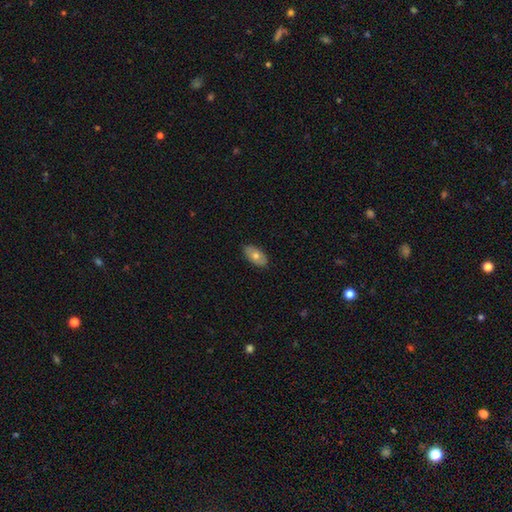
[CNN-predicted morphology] Smooth or featured: smooth — 68% (featured or disk — 26%)
How rounded: in between — 93% (round — 4%)
Merging: none — 87% (minor disturbance — 10%)